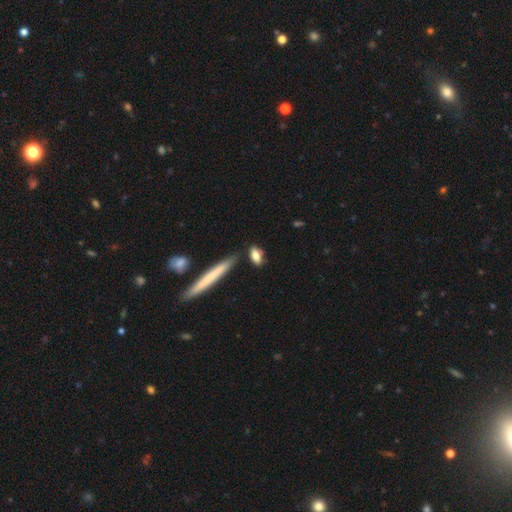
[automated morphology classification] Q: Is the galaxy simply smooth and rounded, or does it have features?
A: smooth — 80%.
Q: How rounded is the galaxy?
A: in between — 67%.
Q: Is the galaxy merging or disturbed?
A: none — 74%.